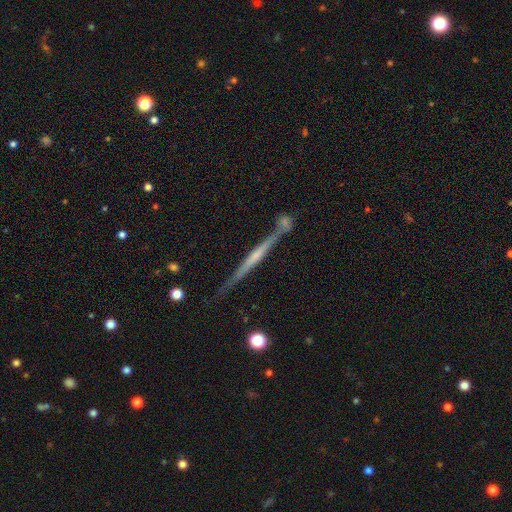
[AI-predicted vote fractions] Smooth or featured: featured or disk — 73% (smooth — 20%)
Edge-on disk: yes — 97% (no — 3%)
Edge-on bulge: none — 49% (rounded — 36%)
Merging: none — 74% (minor disturbance — 12%)